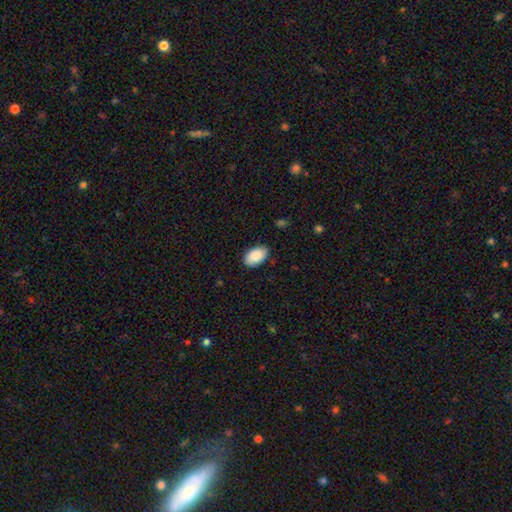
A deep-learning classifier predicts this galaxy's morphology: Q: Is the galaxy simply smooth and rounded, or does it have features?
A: smooth — 89%.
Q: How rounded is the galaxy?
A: in between — 94%.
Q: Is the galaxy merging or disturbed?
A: none — 85%.